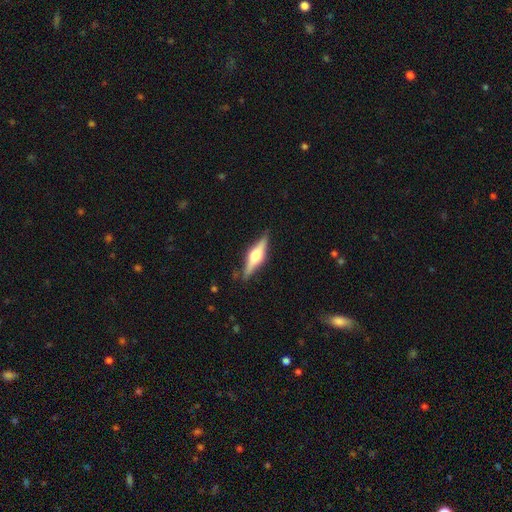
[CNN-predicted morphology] Overall: featured or disk (75%). Edge-on disk: yes (97%). Edge-on bulge: rounded (93%). Merging: none (87%).